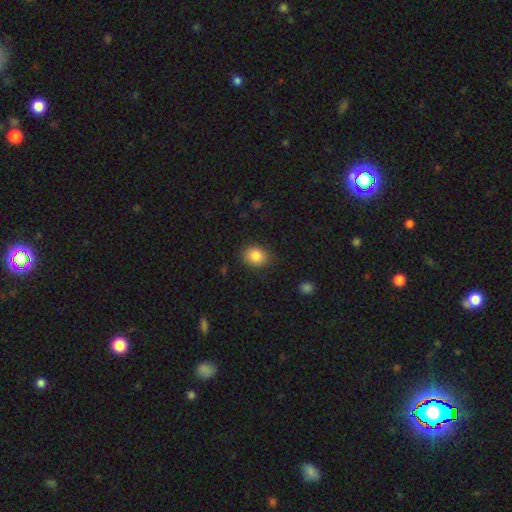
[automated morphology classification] The model was most divided on "how rounded": round: 51%, in between: 48%, cigar-shaped: 1%. More confident: smooth or featured — smooth (86%); merging — none (84%).